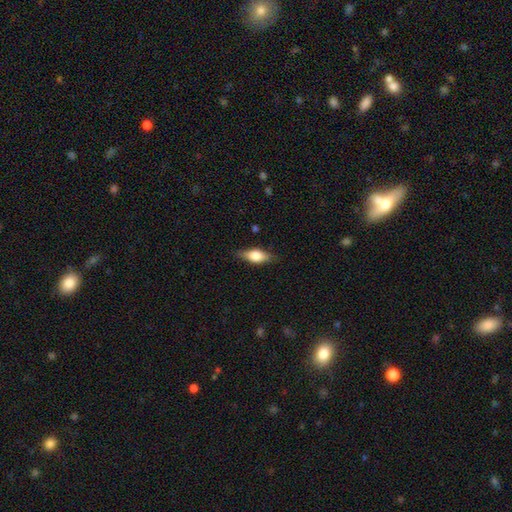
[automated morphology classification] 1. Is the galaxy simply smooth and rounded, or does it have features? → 61% smooth, 32% featured or disk, 7% star or artifact.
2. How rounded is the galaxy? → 75% in between, 20% cigar-shaped, 5% round.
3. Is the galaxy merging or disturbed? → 81% none, 15% minor disturbance, 3% major disturbance, 1% merger.